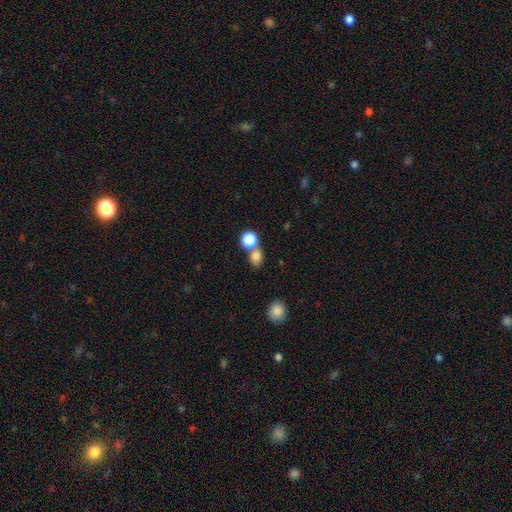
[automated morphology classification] smooth_or_featured: smooth (p=0.81) [alt: star or artifact p=0.12]
how_rounded: round (p=0.69) [alt: in between p=0.30]
merging: none (p=0.48) [alt: merger p=0.40]